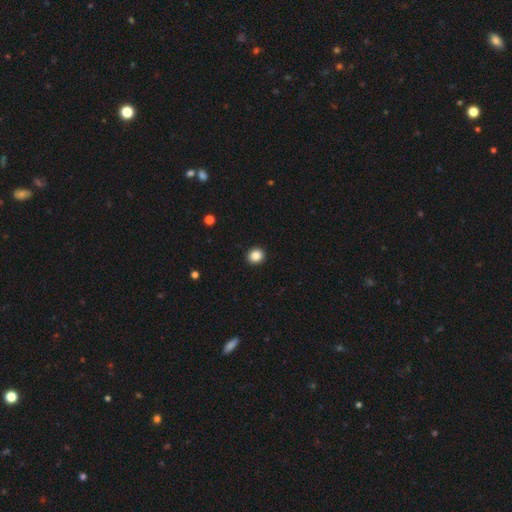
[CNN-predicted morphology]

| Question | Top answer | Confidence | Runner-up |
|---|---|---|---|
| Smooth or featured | smooth | 87% | star or artifact (10%) |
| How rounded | round | 79% | in between (20%) |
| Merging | none | 93% | minor disturbance (5%) |